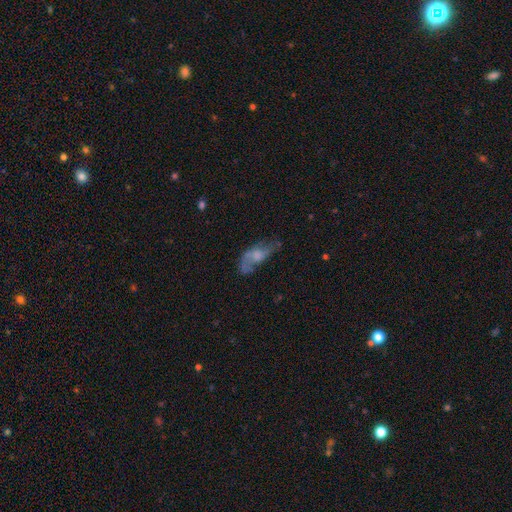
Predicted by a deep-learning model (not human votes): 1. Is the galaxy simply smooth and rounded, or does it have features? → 46% smooth, 44% featured or disk, 9% star or artifact.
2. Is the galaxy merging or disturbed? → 40% none, 27% minor disturbance, 26% major disturbance, 7% merger.